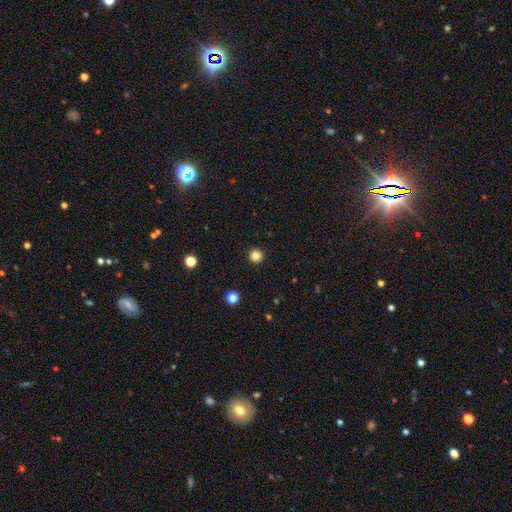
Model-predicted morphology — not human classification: This is clearly a smooth galaxy (84%). How rounded: clearly round (96%). Merging: clearly none (94%).